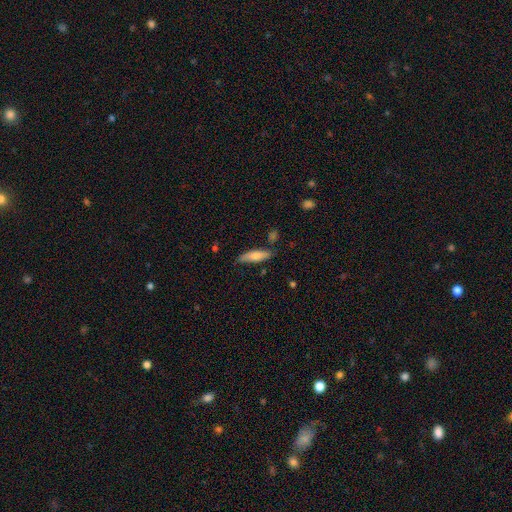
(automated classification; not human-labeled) smooth 71%, featured or disk 23%, star or artifact 6%. Down the decision tree: how rounded — cigar-shaped (61%); merging — none (76%).